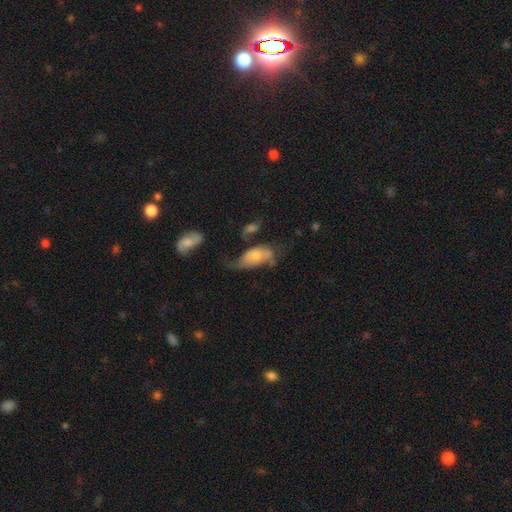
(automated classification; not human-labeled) A smooth galaxy with no disk features (57%) that is in between round and cigar-shaped (91%). Merging: major disturbance (33%).